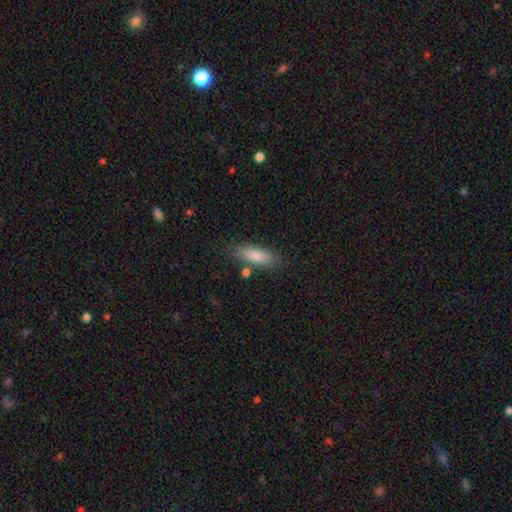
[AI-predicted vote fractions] Smooth or featured: smooth — 84% (featured or disk — 10%)
How rounded: in between — 61% (cigar-shaped — 37%)
Merging: none — 77% (minor disturbance — 13%)